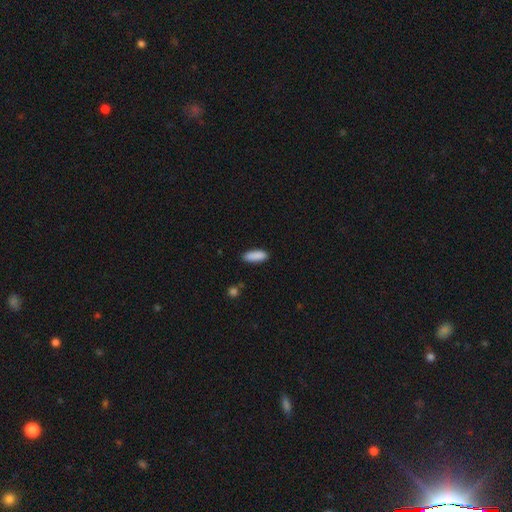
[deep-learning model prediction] Overall: smooth (90%). How rounded: in between (67%; cigar-shaped 31%). Merging: none (86%).